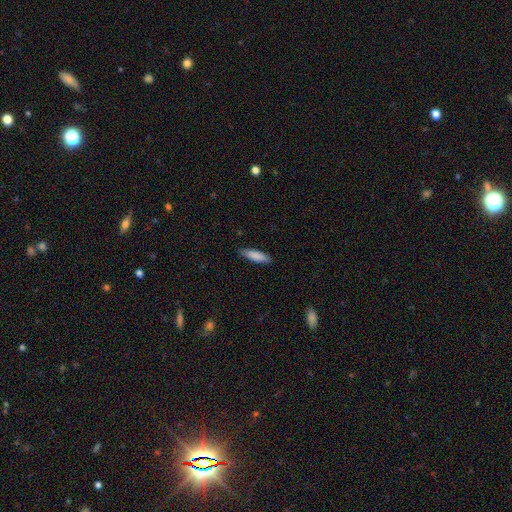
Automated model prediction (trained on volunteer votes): A smooth galaxy with no disk features (86%) that is cigar-shaped (65%). Merging: none (88%).